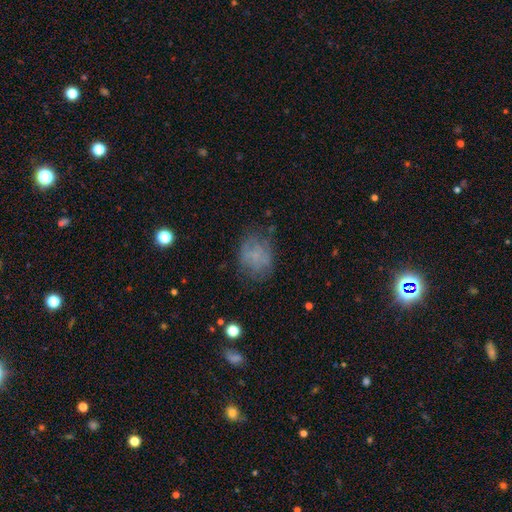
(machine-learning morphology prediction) Q: Smooth or featured?
A: smooth (55%); runner-up: featured or disk (30%)
Q: How rounded?
A: in between (50%); runner-up: round (49%)
Q: Merging?
A: none (59%); runner-up: minor disturbance (23%)